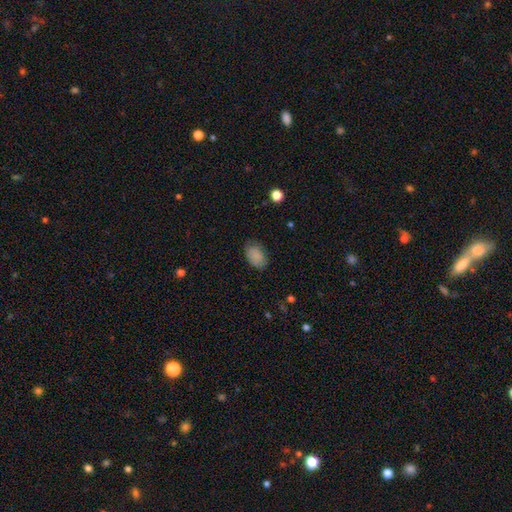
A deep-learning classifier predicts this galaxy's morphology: Smooth or featured? Predicted: smooth (p=0.86). How rounded? Predicted: in between (p=0.88). Merging? Predicted: none (p=0.76).